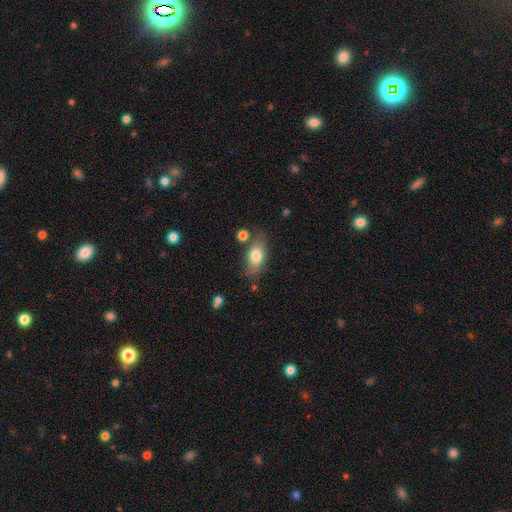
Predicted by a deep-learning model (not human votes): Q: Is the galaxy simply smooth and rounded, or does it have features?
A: smooth — 76%.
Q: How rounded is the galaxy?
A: in between — 85%.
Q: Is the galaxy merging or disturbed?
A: none — 68%.